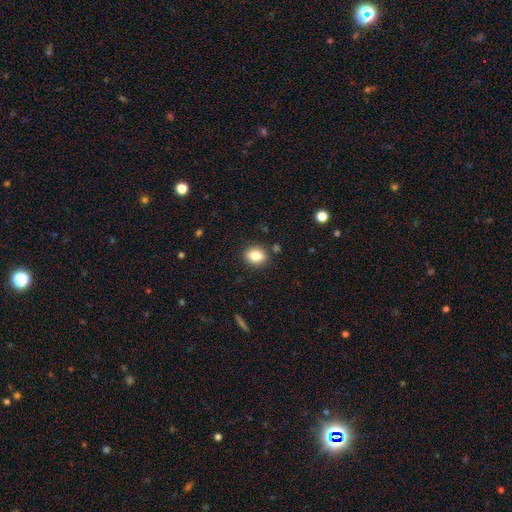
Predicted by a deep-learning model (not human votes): The model was most divided on "how rounded": in between: 51%, round: 47%, cigar-shaped: 1%. More confident: merging — none (87%); smooth or featured — smooth (83%).